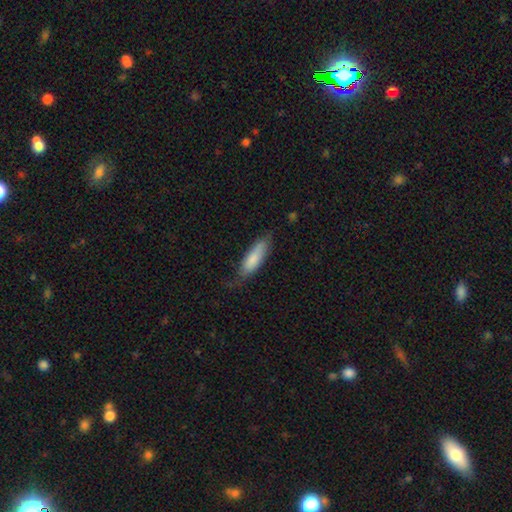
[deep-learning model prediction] Smooth or featured: smooth — 79% (featured or disk — 16%)
How rounded: cigar-shaped — 57% (in between — 42%)
Merging: none — 64% (minor disturbance — 28%)